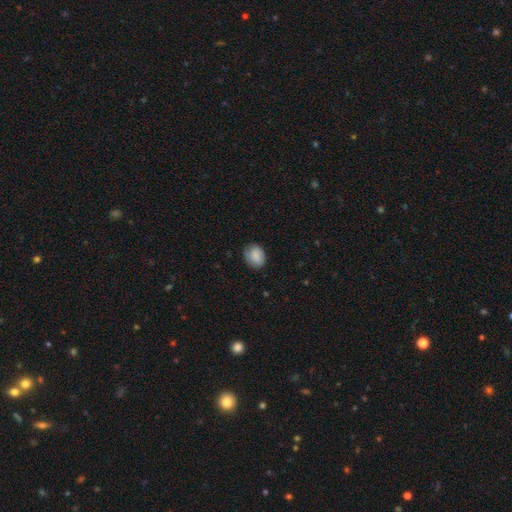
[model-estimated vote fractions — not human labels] smooth-or-featured: smooth: 85% | featured or disk: 7% | star or artifact: 7%
  how-rounded: in between: 61% | round: 38% | cigar-shaped: 1%
  merging: none: 78% | minor disturbance: 17% | major disturbance: 4% | merger: 1%